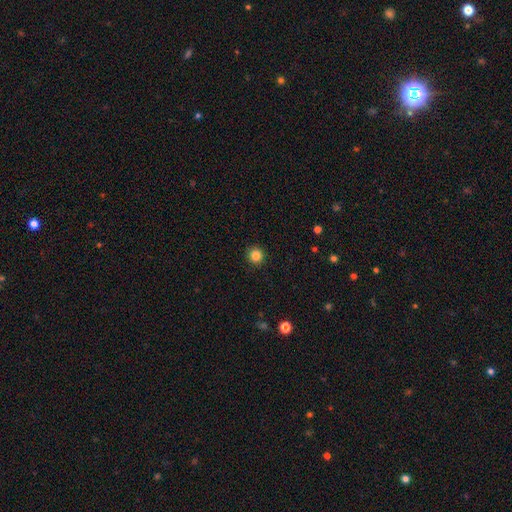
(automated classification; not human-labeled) Overall: smooth (84%). How rounded: round (95%). Merging: none (93%).